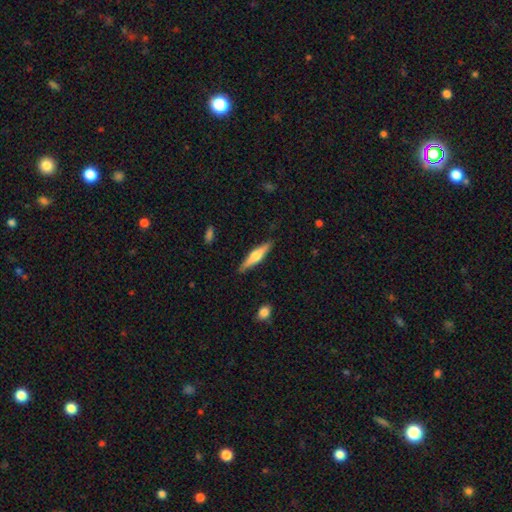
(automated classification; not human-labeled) Smooth or featured: featured or disk — 54% (smooth — 40%)
Edge-on disk: yes — 96% (no — 4%)
Edge-on bulge: rounded — 87% (boxy — 8%)
Merging: none — 89% (minor disturbance — 8%)